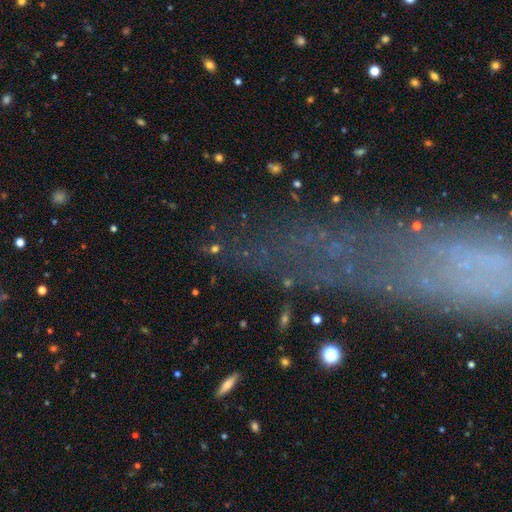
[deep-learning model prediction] This is marginally a star or artifact rather than a galaxy (44%).